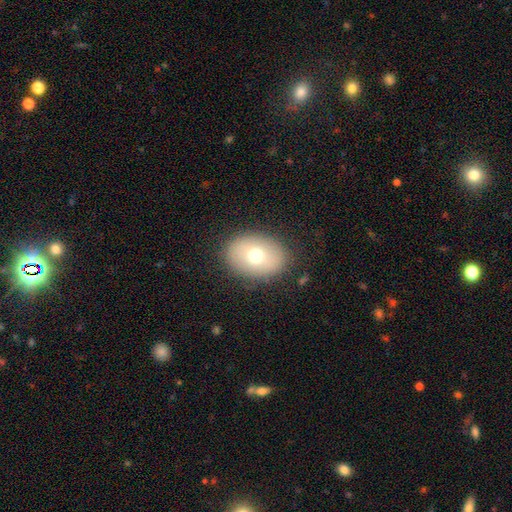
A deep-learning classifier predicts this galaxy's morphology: type=smooth (70%); roundness=in between (75%); merging=none (86%).